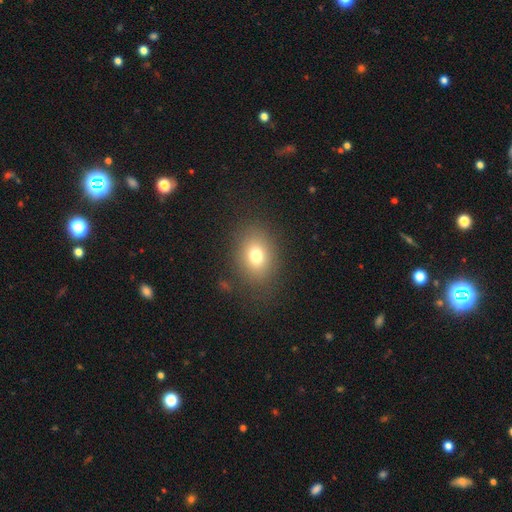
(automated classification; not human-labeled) Q: Smooth or featured?
A: smooth (75%); runner-up: star or artifact (13%)
Q: How rounded?
A: in between (58%); runner-up: round (41%)
Q: Merging?
A: none (82%); runner-up: minor disturbance (11%)